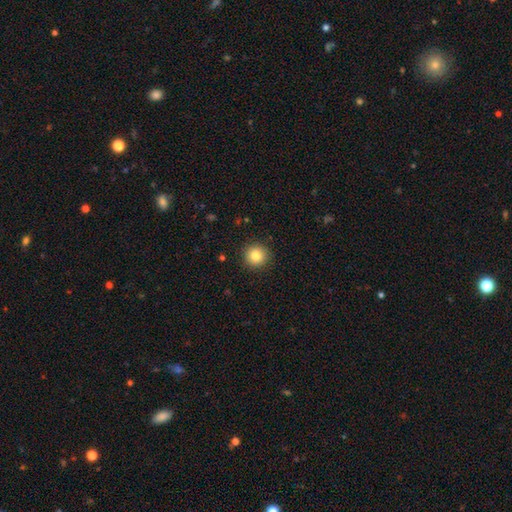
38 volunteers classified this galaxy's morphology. Smooth or featured: smooth — 89% (featured or disk — 5%)
How rounded: round — 100%
Merging: none — 89% (minor disturbance — 8%)